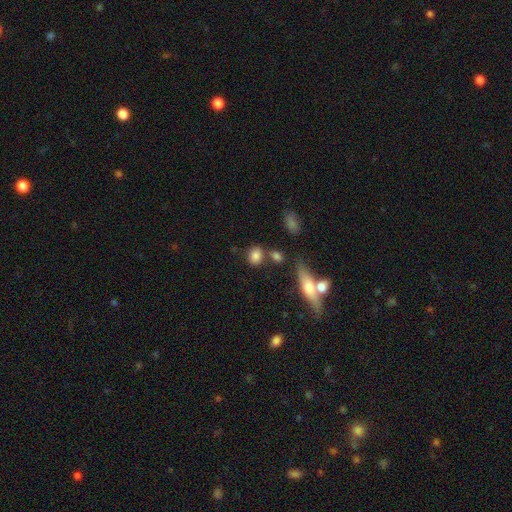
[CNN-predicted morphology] This is clearly a smooth galaxy (83%). How rounded: possibly round (52%). Merging: likely none (66%).